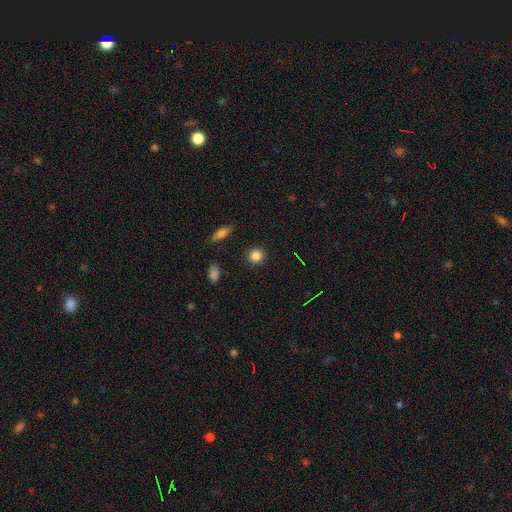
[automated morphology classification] type=smooth (85%); roundness=round (89%); merging=none (91%).